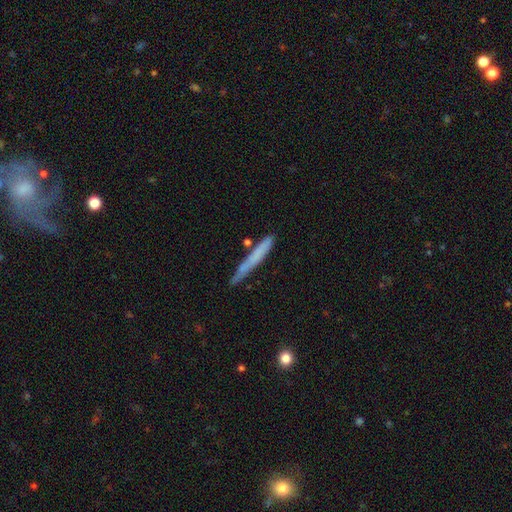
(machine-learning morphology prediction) This appears to be a smooth galaxy with no disk features (63%) that is cigar-shaped (96%). Merging: none (75%).